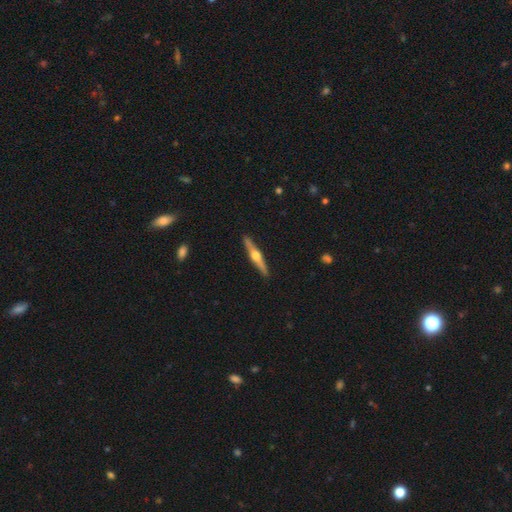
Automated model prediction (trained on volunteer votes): Morphology: type=featured or disk (74%); edge-on=yes (98%); edge-on bulge=rounded (96%); merging=none (92%).